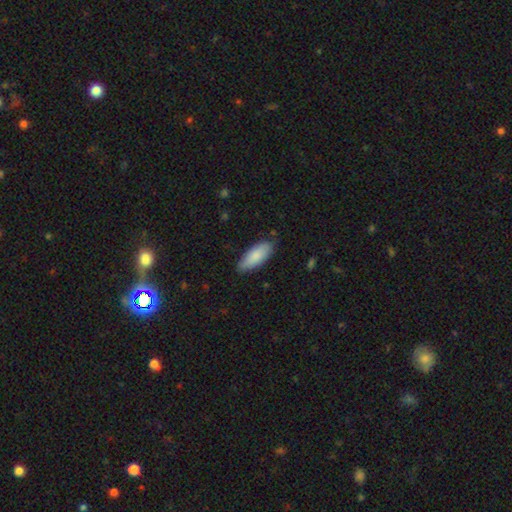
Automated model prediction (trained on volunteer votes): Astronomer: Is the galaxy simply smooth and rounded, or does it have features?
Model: smooth — 84%.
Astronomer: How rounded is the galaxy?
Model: in between — 79%.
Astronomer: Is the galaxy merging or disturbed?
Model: none — 79%.